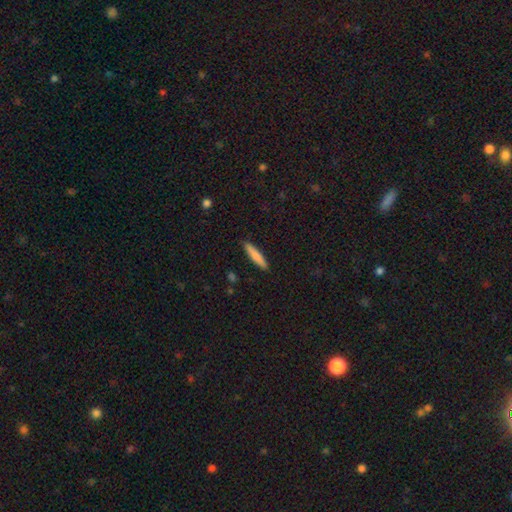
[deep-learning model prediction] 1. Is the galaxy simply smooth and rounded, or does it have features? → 79% smooth, 16% featured or disk, 6% star or artifact.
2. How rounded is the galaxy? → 89% cigar-shaped, 10% in between, 1% round.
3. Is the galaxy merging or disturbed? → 90% none, 7% minor disturbance, 2% major disturbance, 1% merger.